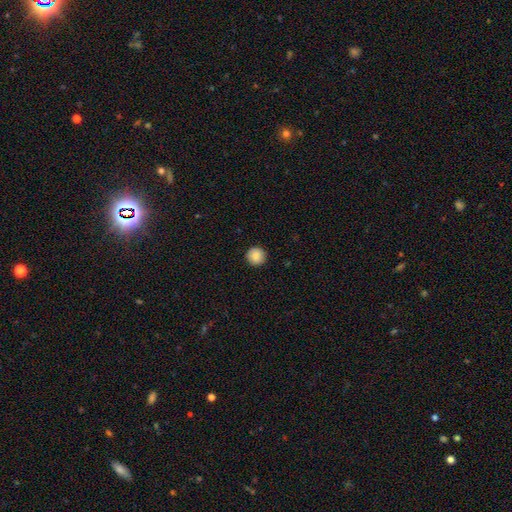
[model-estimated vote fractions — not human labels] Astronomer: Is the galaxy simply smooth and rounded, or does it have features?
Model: smooth — 87%.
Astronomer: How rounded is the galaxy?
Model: round — 95%.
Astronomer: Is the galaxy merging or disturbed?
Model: none — 92%.